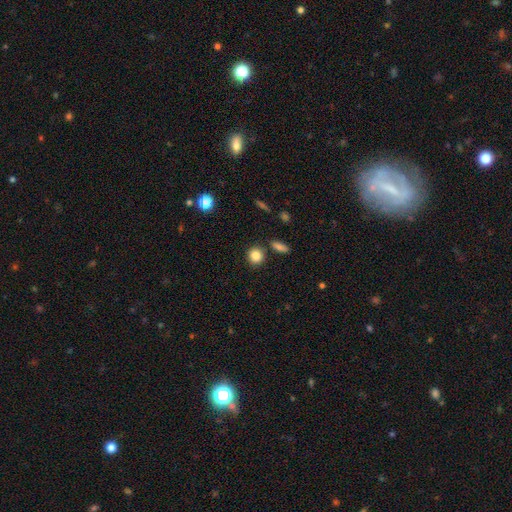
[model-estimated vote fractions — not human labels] A smooth galaxy with no disk features (85%) that is round (87%).

Vote fractions:
- Smooth or featured? smooth: 85% / star or artifact: 10% / featured or disk: 5%
- How rounded? round: 87% / in between: 11% / cigar-shaped: 1%
- Merging? none: 84% / minor disturbance: 8% / merger: 6% / major disturbance: 2%